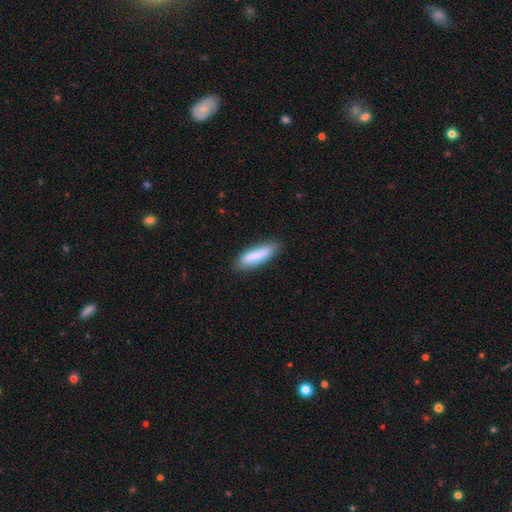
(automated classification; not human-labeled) Smooth or featured? Predicted: smooth (p=0.85). How rounded? Predicted: cigar-shaped (p=0.67). Merging? Predicted: none (p=0.83).